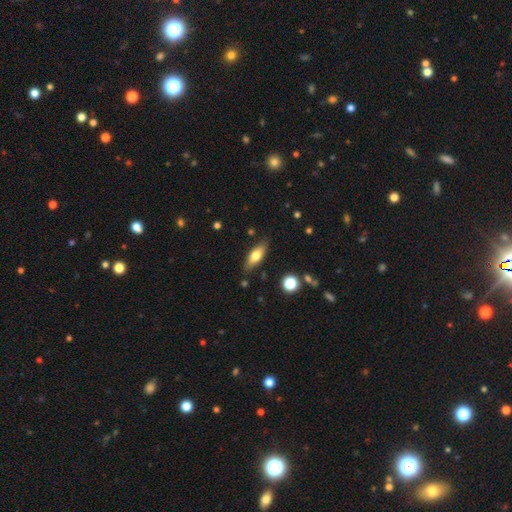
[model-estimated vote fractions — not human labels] smooth 65%, featured or disk 28%, star or artifact 7%. Down the decision tree: how rounded — in between (65%); merging — none (82%).